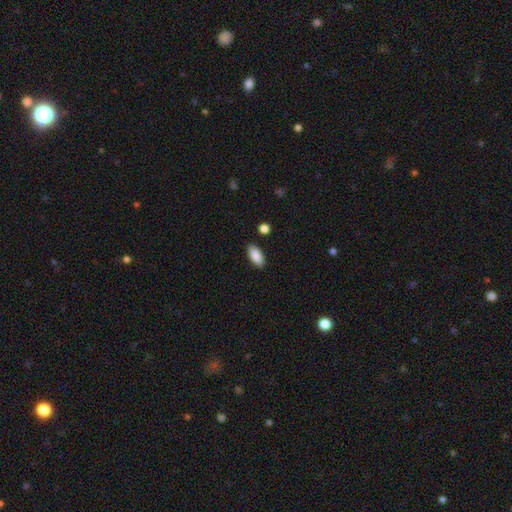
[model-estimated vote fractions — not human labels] Q: Smooth or featured?
A: smooth (89%); runner-up: star or artifact (7%)
Q: How rounded?
A: in between (92%); runner-up: cigar-shaped (6%)
Q: Merging?
A: none (88%); runner-up: minor disturbance (8%)